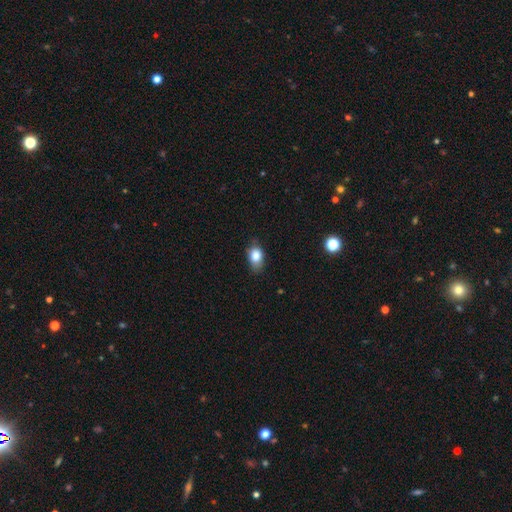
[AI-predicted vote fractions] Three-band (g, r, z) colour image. It shows a smooth galaxy with no disk features (82%) that is in between round and cigar-shaped (79%). Merging: none (64%).